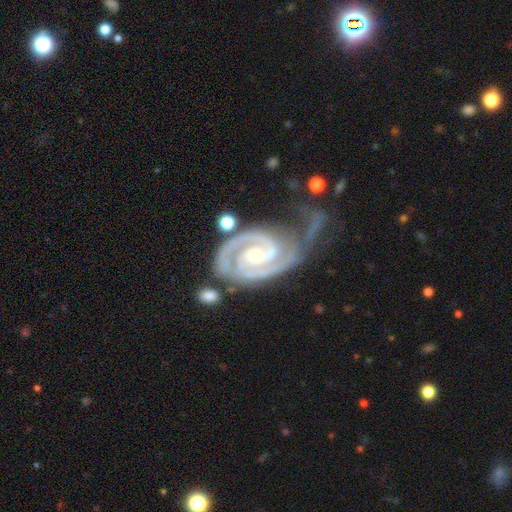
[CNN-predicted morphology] This appears to be a featured or disk galaxy (94%) with no bar (53%), 2 (81%) tight (66%) spiral arms (99%) and a small central bulge (63%). Merging: none (38%).